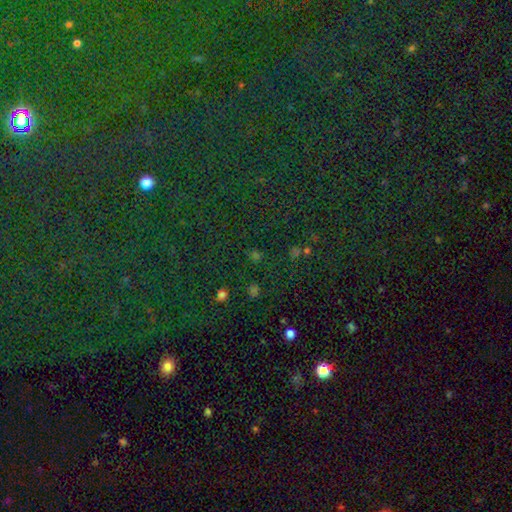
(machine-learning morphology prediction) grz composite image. It shows a star or artifact, not a galaxy (62%).